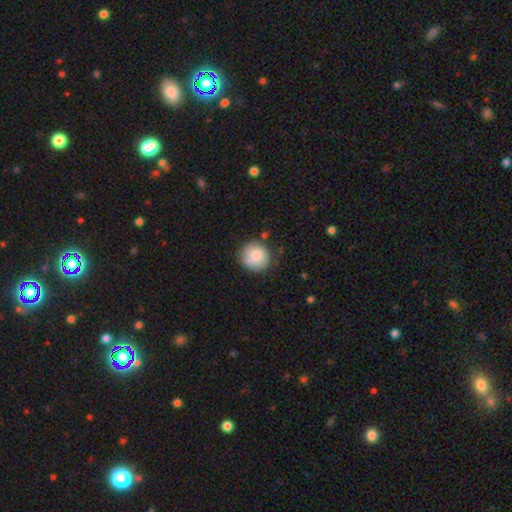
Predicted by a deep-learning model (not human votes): Q: Smooth or featured?
A: smooth (78%); runner-up: featured or disk (15%)
Q: How rounded?
A: round (92%); runner-up: in between (8%)
Q: Merging?
A: none (73%); runner-up: minor disturbance (18%)